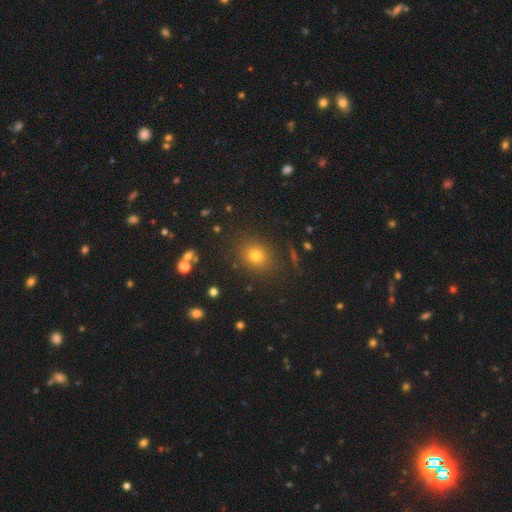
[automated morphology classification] A smooth galaxy with no disk features (73%) that is round (68%).

Vote fractions:
- Smooth or featured? smooth: 73% / star or artifact: 18% / featured or disk: 9%
- How rounded? round: 68% / in between: 31% / cigar-shaped: 1%
- Merging? none: 86% / minor disturbance: 9% / major disturbance: 3% / merger: 2%